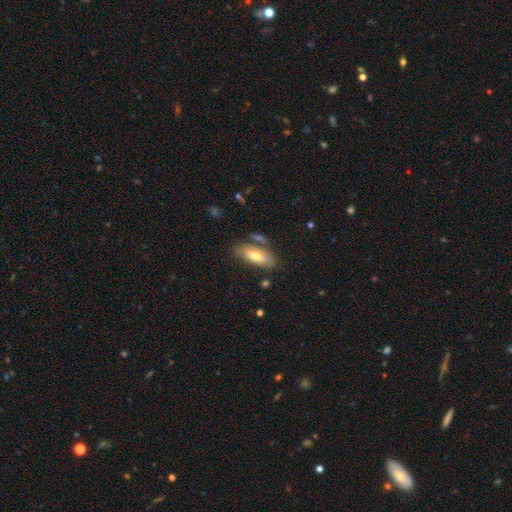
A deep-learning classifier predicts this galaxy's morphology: A smooth galaxy with no disk features (67%) that is in between round and cigar-shaped (80%).

Vote fractions:
- Smooth or featured? smooth: 67% / featured or disk: 27% / star or artifact: 6%
- How rounded? in between: 80% / cigar-shaped: 18% / round: 3%
- Merging? none: 67% / minor disturbance: 18% / merger: 10% / major disturbance: 5%